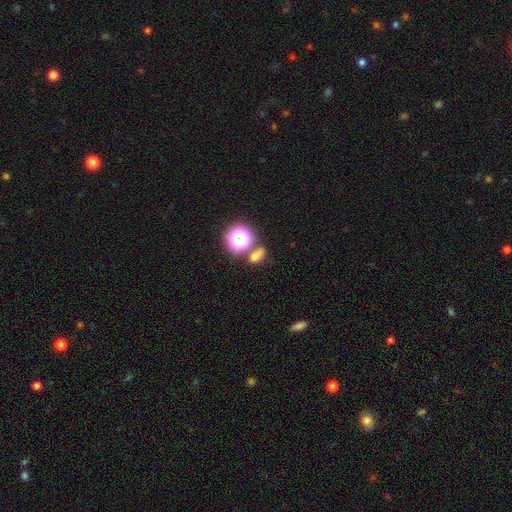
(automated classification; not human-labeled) A smooth galaxy with no disk features (63%) that is in between round and cigar-shaped (55%).

Vote fractions:
- Smooth or featured? smooth: 63% / star or artifact: 27% / featured or disk: 10%
- How rounded? in between: 55% / round: 41% / cigar-shaped: 4%
- Merging? none: 65% / merger: 19% / minor disturbance: 11% / major disturbance: 5%